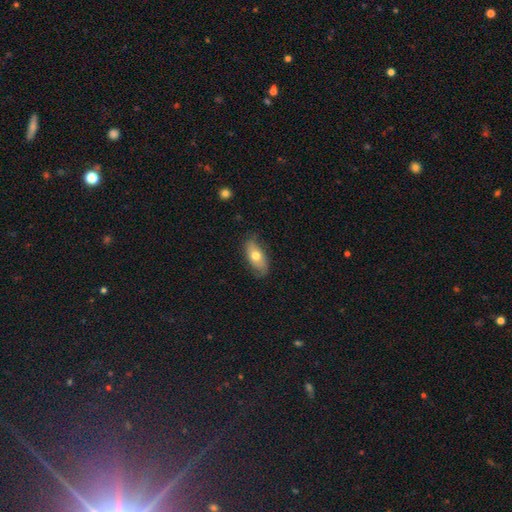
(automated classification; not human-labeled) A smooth galaxy with no disk features (62%) that is in between round and cigar-shaped (87%). Merging: none (72%).